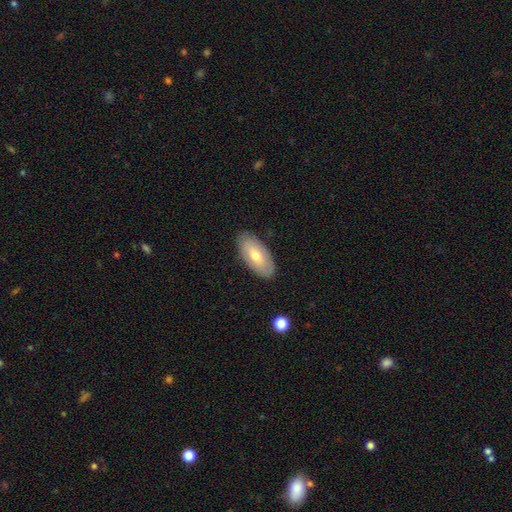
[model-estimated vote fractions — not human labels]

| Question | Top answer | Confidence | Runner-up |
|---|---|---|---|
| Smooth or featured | smooth | 63% | featured or disk (31%) |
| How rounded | in between | 92% | cigar-shaped (6%) |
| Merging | none | 86% | minor disturbance (10%) |